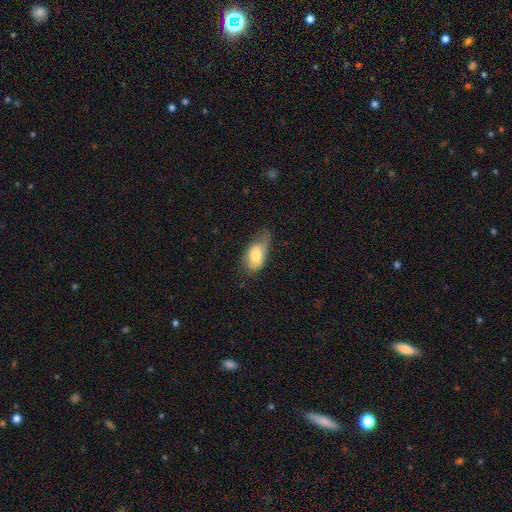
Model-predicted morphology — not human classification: A smooth galaxy with no disk features (76%) that is in between round and cigar-shaped (90%).

Vote fractions:
- Smooth or featured? smooth: 76% / featured or disk: 17% / star or artifact: 7%
- How rounded? in between: 90% / round: 6% / cigar-shaped: 4%
- Merging? minor disturbance: 42% / none: 32% / major disturbance: 23% / merger: 2%